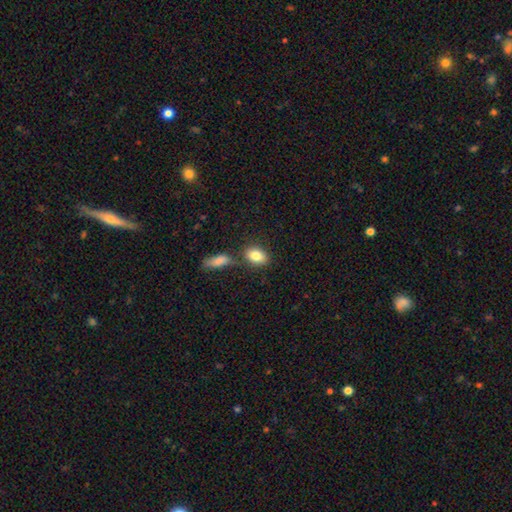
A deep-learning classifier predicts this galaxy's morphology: A smooth galaxy with no disk features (83%) that is in between round and cigar-shaped (84%).

Vote fractions:
- Smooth or featured? smooth: 83% / featured or disk: 10% / star or artifact: 7%
- How rounded? in between: 84% / round: 13% / cigar-shaped: 3%
- Merging? none: 67% / merger: 17% / minor disturbance: 12% / major disturbance: 4%